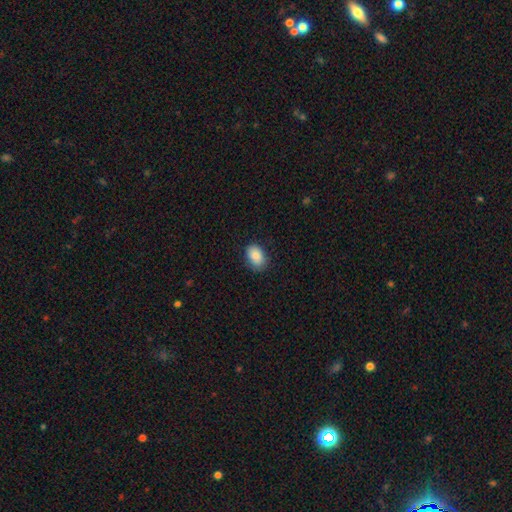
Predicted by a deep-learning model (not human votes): A smooth galaxy with no disk features (88%) that is in between round and cigar-shaped (82%).

Vote fractions:
- Smooth or featured? smooth: 88% / star or artifact: 7% / featured or disk: 5%
- How rounded? in between: 82% / round: 17% / cigar-shaped: 1%
- Merging? none: 82% / minor disturbance: 14% / major disturbance: 3% / merger: 1%